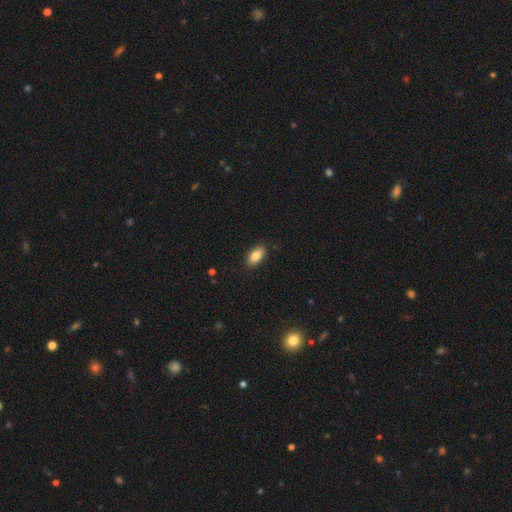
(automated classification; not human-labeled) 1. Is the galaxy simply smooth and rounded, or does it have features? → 84% smooth, 9% featured or disk, 7% star or artifact.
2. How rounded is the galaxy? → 90% in between, 6% cigar-shaped, 4% round.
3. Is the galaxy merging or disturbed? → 87% none, 10% minor disturbance, 2% major disturbance, 1% merger.